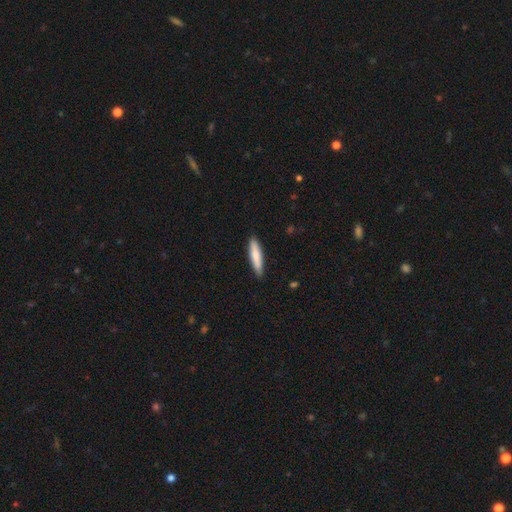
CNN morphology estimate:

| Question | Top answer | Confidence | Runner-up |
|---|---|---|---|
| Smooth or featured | smooth | 79% | featured or disk (16%) |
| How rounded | cigar-shaped | 84% | in between (15%) |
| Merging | none | 89% | minor disturbance (8%) |